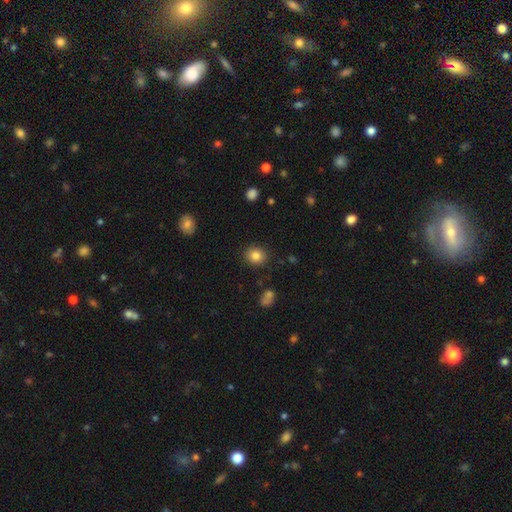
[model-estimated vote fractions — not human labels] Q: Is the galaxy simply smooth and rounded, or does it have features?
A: smooth — 83%.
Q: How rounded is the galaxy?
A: round — 75%.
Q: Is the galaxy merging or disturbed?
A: none — 88%.